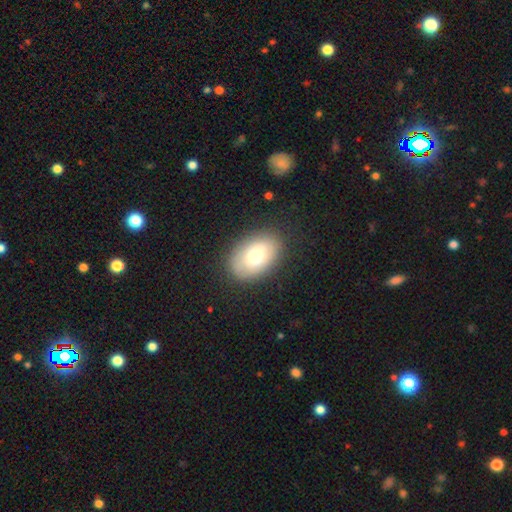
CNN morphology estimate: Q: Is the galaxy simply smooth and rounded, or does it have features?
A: smooth — 67%.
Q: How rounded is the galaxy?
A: in between — 89%.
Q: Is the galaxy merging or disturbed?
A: none — 82%.